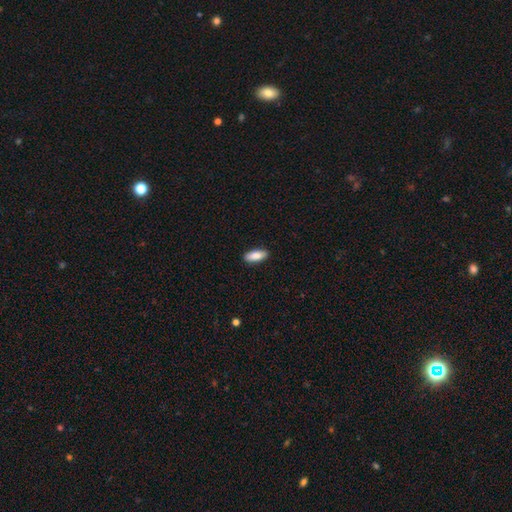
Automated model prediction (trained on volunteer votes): Morphology: type=smooth (87%); roundness=in between (78%); merging=none (89%).